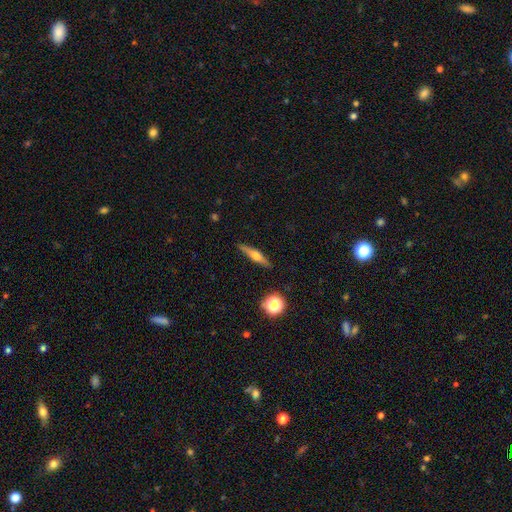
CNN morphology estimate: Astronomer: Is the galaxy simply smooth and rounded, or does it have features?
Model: featured or disk — 53% (runner-up: smooth, 39%).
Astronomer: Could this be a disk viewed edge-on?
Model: yes — 95%.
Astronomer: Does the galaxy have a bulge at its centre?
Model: rounded — 89%.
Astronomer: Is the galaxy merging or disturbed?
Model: none — 88%.